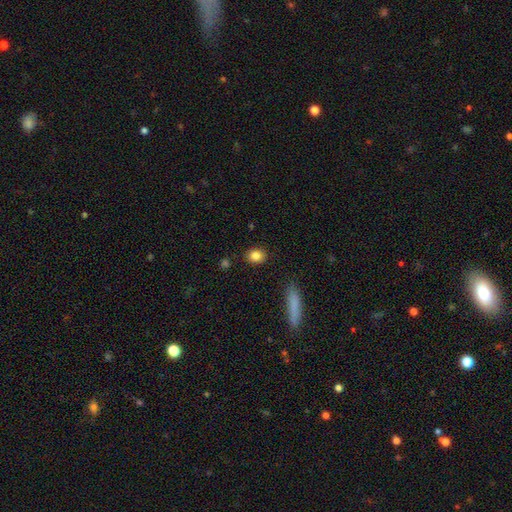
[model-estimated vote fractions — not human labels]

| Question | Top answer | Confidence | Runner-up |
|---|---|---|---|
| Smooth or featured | smooth | 84% | star or artifact (10%) |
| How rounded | round | 58% | in between (40%) |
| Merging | none | 88% | minor disturbance (8%) |